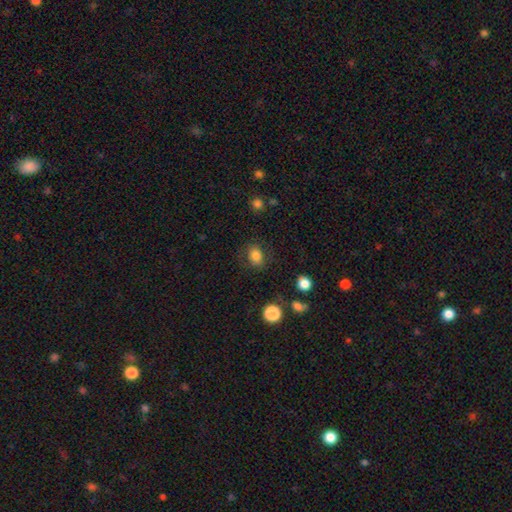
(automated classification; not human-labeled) A smooth galaxy with no disk features (81%) that is in between round and cigar-shaped (58%).

Vote fractions:
- Smooth or featured? smooth: 81% / star or artifact: 11% / featured or disk: 8%
- How rounded? in between: 58% / round: 41% / cigar-shaped: 1%
- Merging? none: 78% / minor disturbance: 15% / major disturbance: 6% / merger: 2%